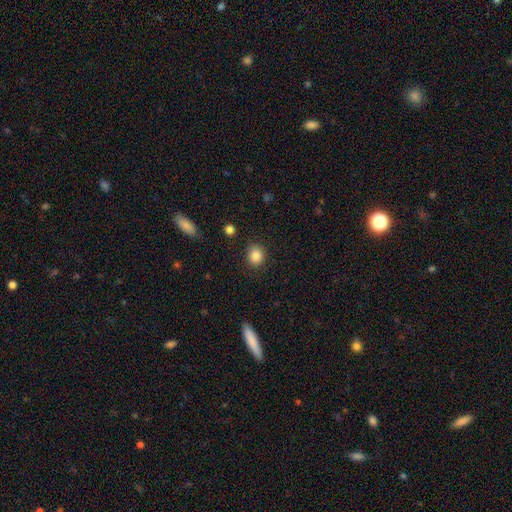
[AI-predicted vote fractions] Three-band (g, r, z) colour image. It shows a smooth galaxy with no disk features (85%) that is round (74%). Merging: none (85%).